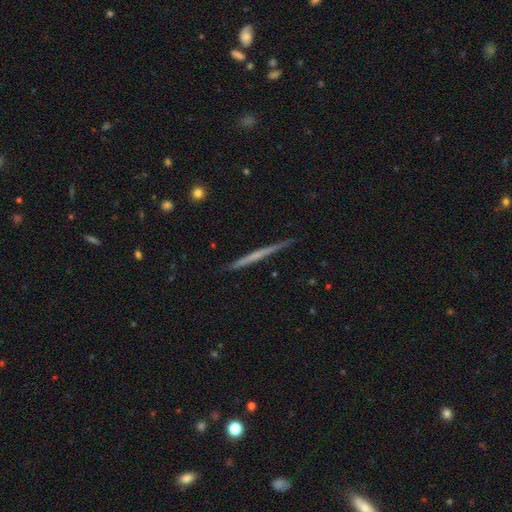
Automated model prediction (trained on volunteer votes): smooth-or-featured: featured or disk: 56% | smooth: 39% | star or artifact: 5%
  disk-edge-on: yes: 98% | no: 2%
    edge-on-bulge: none: 87% | rounded: 9% | boxy: 4%
  merging: none: 90% | minor disturbance: 7% | major disturbance: 1% | merger: 1%